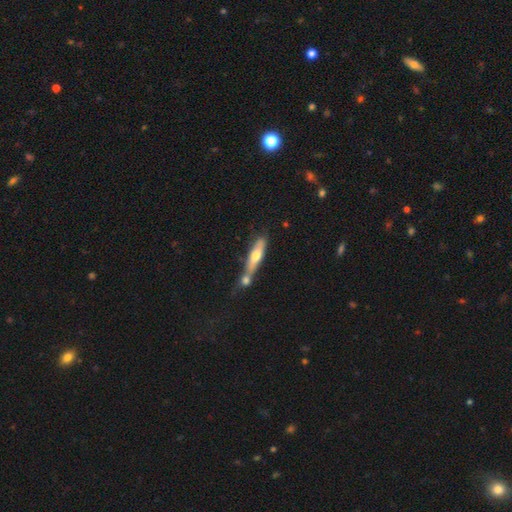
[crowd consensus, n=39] Smooth or featured? 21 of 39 (54%) said smooth. How rounded? 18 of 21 (86%) said cigar-shaped. Merging? 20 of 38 (53%) said merger.